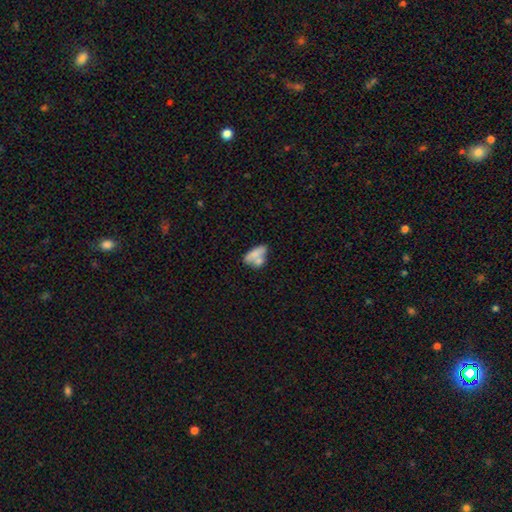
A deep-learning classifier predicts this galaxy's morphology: Q: Smooth or featured?
A: smooth (71%); runner-up: featured or disk (21%)
Q: How rounded?
A: in between (77%); runner-up: cigar-shaped (15%)
Q: Merging?
A: merger (46%); runner-up: none (33%)